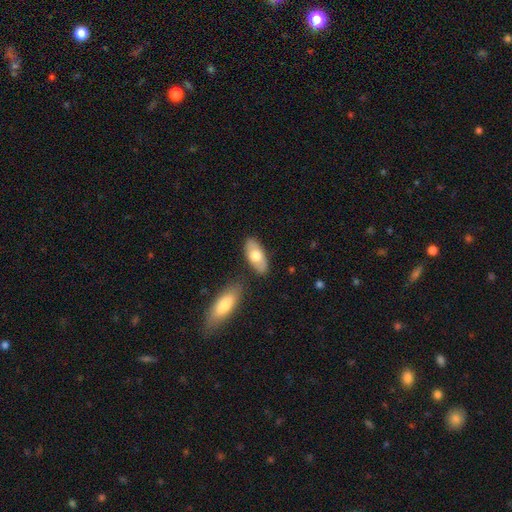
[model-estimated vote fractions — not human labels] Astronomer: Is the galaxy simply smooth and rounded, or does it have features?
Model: smooth — 68%.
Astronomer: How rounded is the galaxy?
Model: in between — 90%.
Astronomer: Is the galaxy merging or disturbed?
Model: none — 80%.